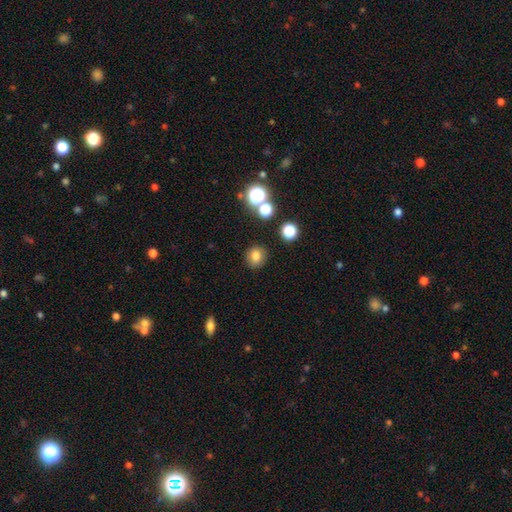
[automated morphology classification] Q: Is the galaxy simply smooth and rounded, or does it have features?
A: smooth — 78%.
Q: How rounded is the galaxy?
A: round — 80%.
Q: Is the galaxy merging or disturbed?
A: none — 85%.